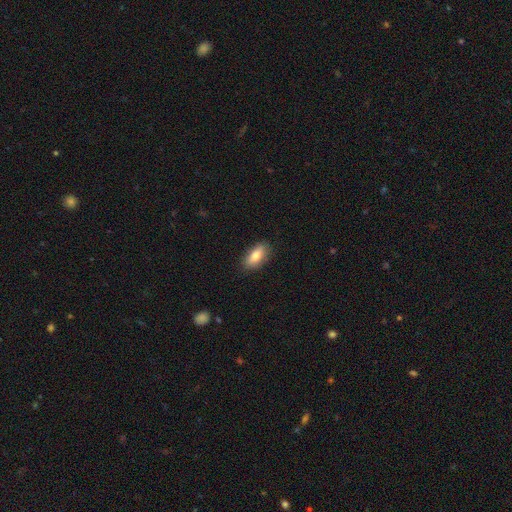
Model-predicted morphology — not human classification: A smooth galaxy with no disk features (81%) that is in between round and cigar-shaped (87%). Merging: none (85%).